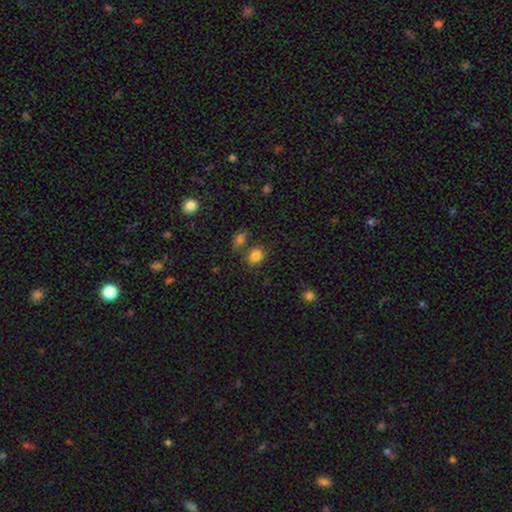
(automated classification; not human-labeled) Morphology: type=smooth (83%); roundness=round (57%); merging=none (69%).